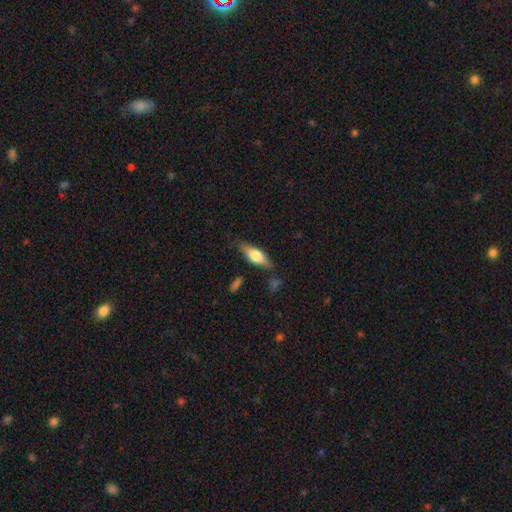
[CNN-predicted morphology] Smooth or featured? Predicted: smooth (p=0.57). How rounded? Predicted: in between (p=0.62). Merging? Predicted: none (p=0.75).